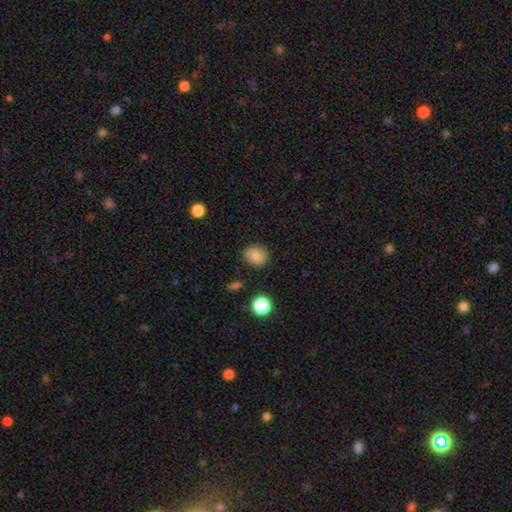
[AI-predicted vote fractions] A smooth galaxy with no disk features (81%) that is round (60%).

Vote fractions:
- Smooth or featured? smooth: 81% / star or artifact: 10% / featured or disk: 9%
- How rounded? round: 60% / in between: 39% / cigar-shaped: 1%
- Merging? none: 84% / minor disturbance: 11% / major disturbance: 3% / merger: 2%